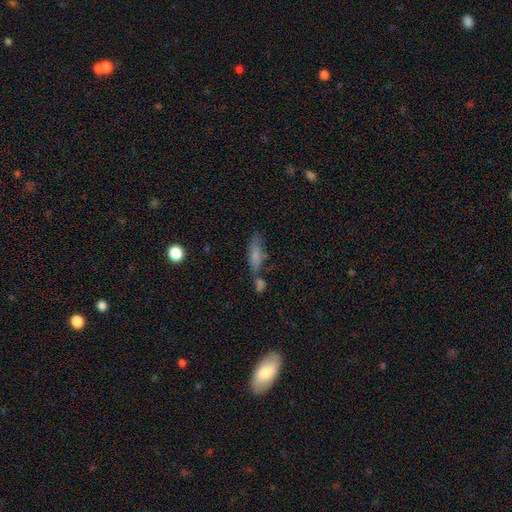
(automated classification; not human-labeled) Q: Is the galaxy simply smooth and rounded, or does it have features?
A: smooth — 71%.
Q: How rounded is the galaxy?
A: cigar-shaped — 50%.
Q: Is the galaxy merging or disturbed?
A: none — 46%.